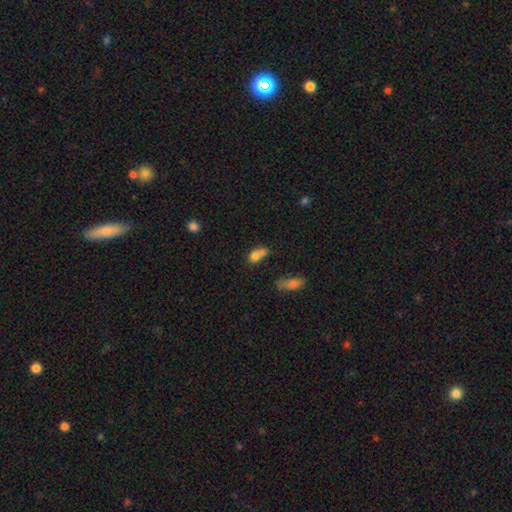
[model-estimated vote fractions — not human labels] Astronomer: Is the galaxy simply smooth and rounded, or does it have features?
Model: smooth — 73%.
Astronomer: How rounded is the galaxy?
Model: in between — 52% (runner-up: round, 43%).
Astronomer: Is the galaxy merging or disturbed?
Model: merger — 56%.